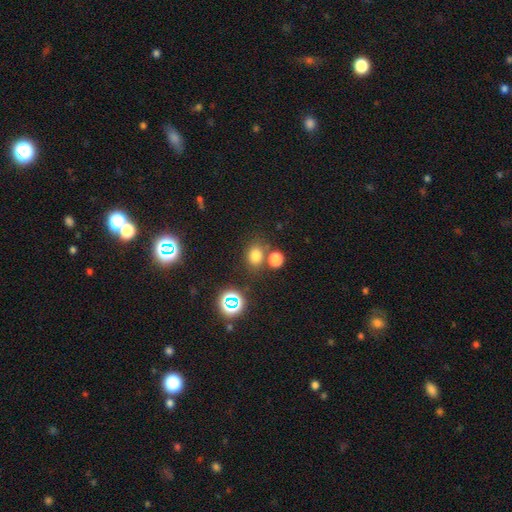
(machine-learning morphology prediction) A smooth galaxy with no disk features (73%) that is round (57%).

Vote fractions:
- Smooth or featured? smooth: 73% / star or artifact: 20% / featured or disk: 7%
- How rounded? round: 57% / in between: 42% / cigar-shaped: 1%
- Merging? none: 68% / merger: 16% / minor disturbance: 12% / major disturbance: 5%